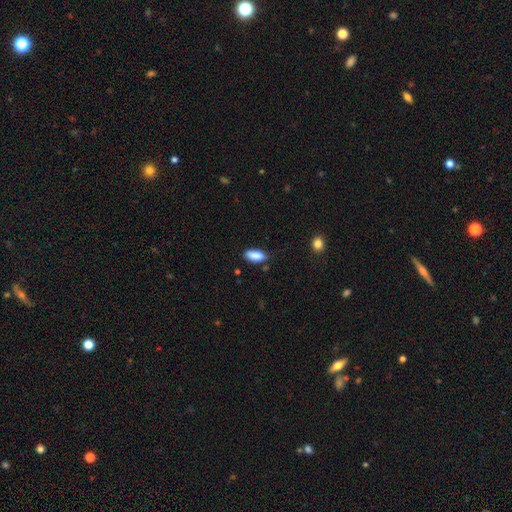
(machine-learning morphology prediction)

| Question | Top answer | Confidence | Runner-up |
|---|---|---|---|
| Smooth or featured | smooth | 86% | star or artifact (8%) |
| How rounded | in between | 84% | cigar-shaped (14%) |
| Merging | none | 68% | minor disturbance (25%) |